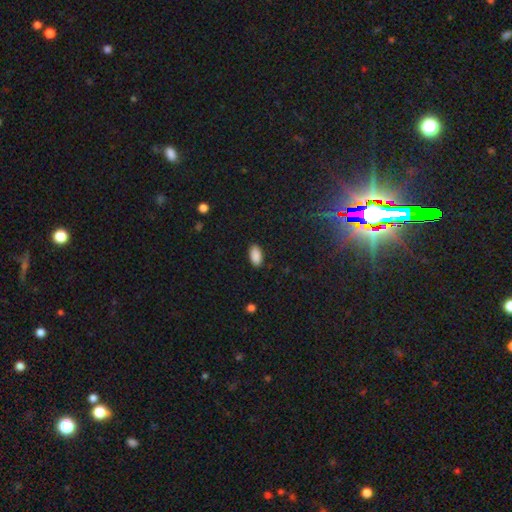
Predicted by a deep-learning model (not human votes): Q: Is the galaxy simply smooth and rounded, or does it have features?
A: smooth — 89%.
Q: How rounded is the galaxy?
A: in between — 94%.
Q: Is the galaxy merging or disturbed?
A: none — 88%.